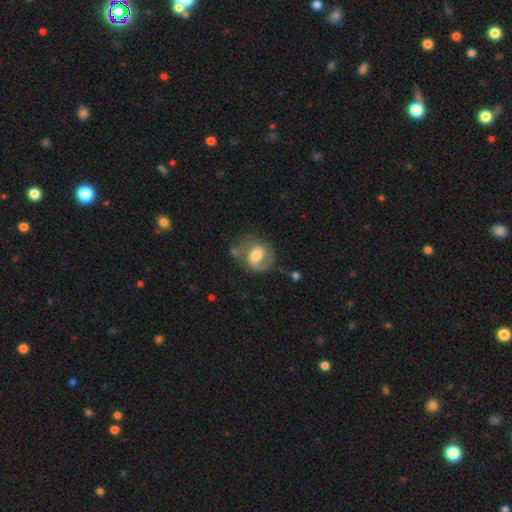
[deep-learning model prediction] Q: Smooth or featured?
A: featured or disk (59%); runner-up: smooth (34%)
Q: Edge-on disk?
A: no (97%); runner-up: yes (3%)
Q: Bar?
A: weak (48%); runner-up: no (30%)
Q: Spiral arms?
A: yes (79%); runner-up: no (21%)
Q: Bulge size?
A: moderate (64%); runner-up: large (17%)
Q: Merging?
A: none (55%); runner-up: minor disturbance (24%)